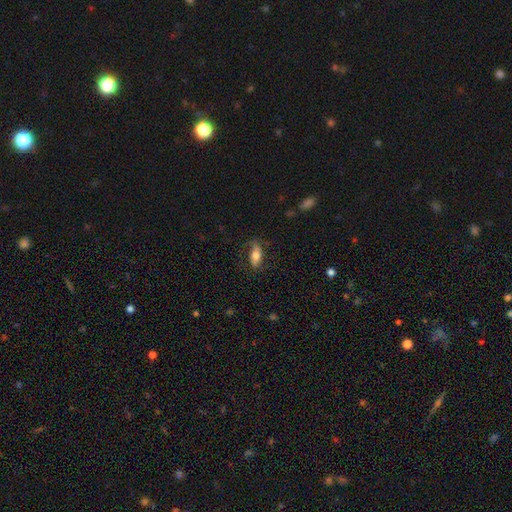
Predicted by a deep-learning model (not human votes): Overall: smooth (55%; featured or disk 39%). How rounded: in between (74%). Merging: none (68%).